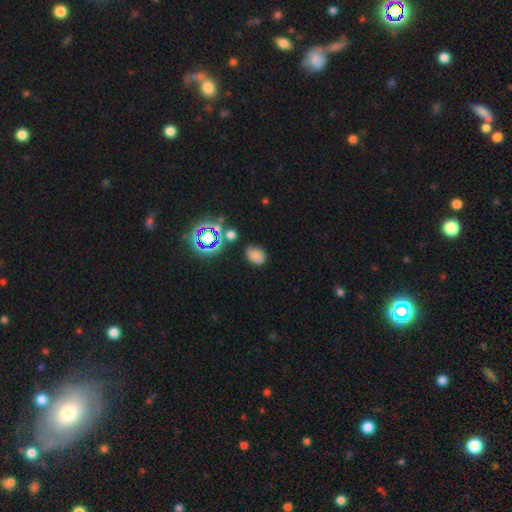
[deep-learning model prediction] Smooth or featured? smooth (67%)
How rounded? in between (62%)
Merging? none (70%)